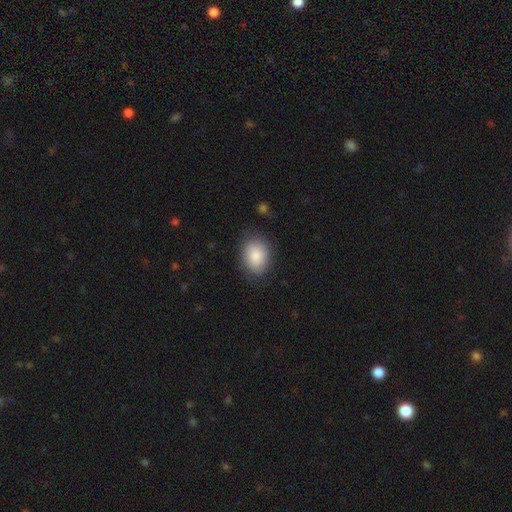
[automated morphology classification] A smooth galaxy with no disk features (85%) that is in between round and cigar-shaped (70%). Merging: none (78%).